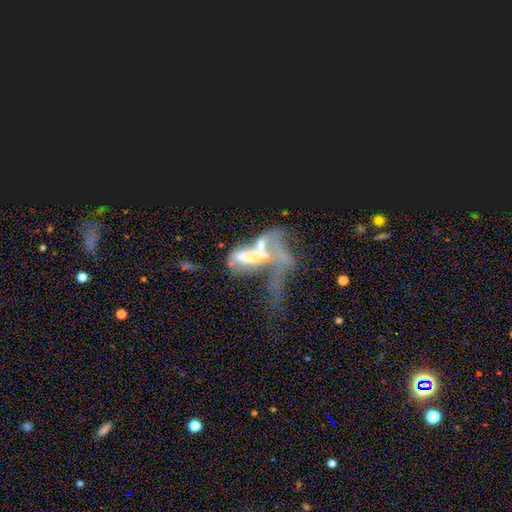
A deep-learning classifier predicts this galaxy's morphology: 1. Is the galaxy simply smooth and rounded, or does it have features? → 61% featured or disk, 23% smooth, 16% star or artifact.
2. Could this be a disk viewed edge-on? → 90% no, 10% yes.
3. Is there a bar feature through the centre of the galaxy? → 68% no, 16% weak, 15% strong.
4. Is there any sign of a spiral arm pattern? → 76% no, 24% yes.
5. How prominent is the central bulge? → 40% none, 27% moderate, 20% small, 9% large, 3% dominant.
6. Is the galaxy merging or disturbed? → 57% merger, 31% major disturbance, 7% none, 5% minor disturbance.